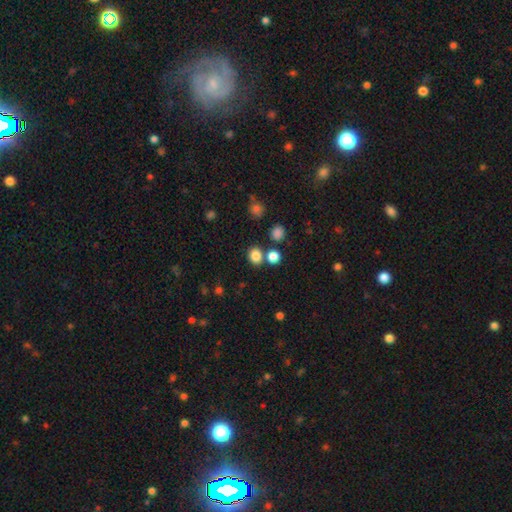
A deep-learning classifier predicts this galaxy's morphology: type=smooth (82%); roundness=round (71%); merging=none (73%).